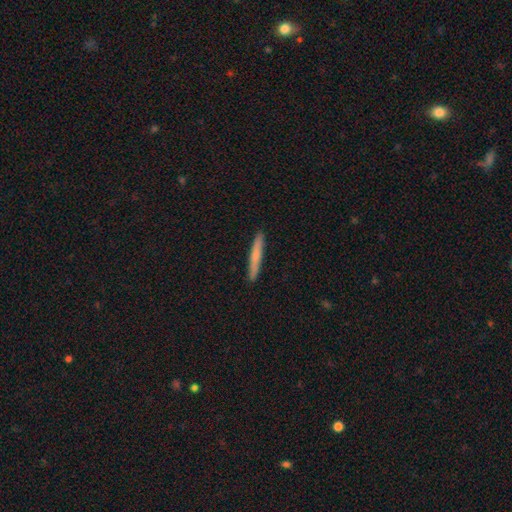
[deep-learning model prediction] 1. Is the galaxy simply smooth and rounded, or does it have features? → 65% smooth, 30% featured or disk, 6% star or artifact.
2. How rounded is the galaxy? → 96% cigar-shaped, 3% in between, 1% round.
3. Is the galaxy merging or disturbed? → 92% none, 6% minor disturbance, 1% major disturbance, 1% merger.